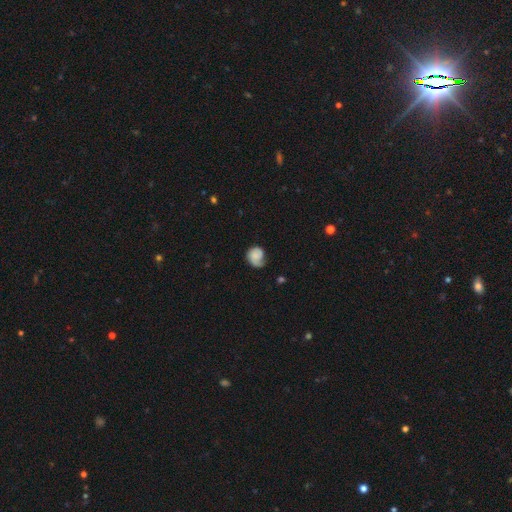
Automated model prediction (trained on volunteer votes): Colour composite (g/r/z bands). It shows a smooth galaxy with no disk features (51%) that is round (68%). Merging: none (48%).